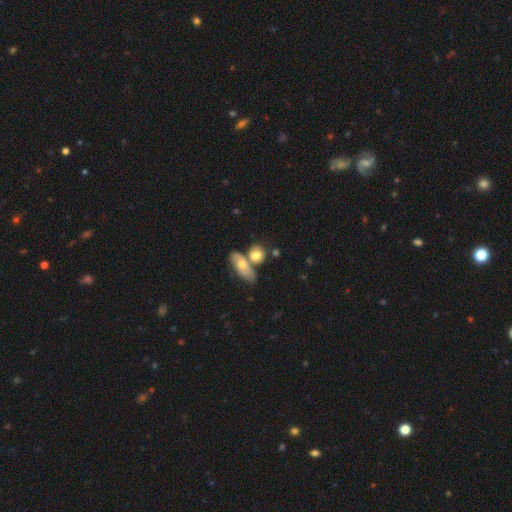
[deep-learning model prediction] Smooth or featured? Predicted: smooth (p=0.75). How rounded? Predicted: round (p=0.47). Merging? Predicted: none (p=0.46).